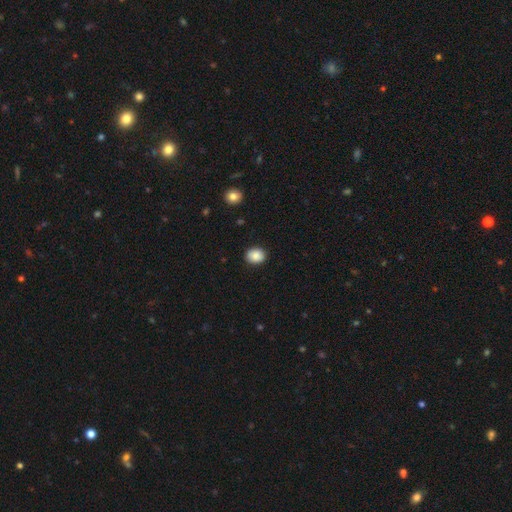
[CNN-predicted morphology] Smooth or featured: smooth — 87% (star or artifact — 8%)
How rounded: round — 54% (in between — 45%)
Merging: none — 89% (minor disturbance — 8%)